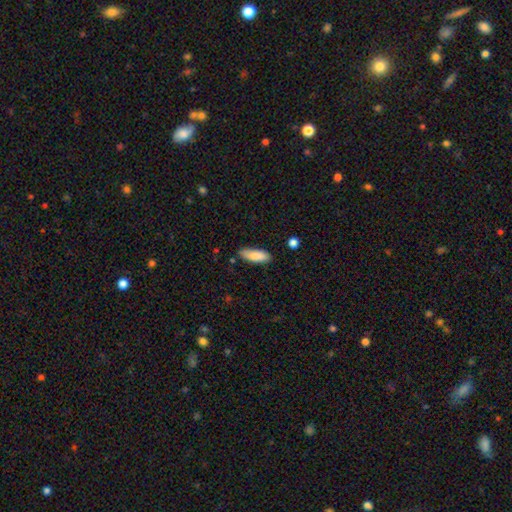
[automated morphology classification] smooth_or_featured: smooth (p=0.86) [alt: featured or disk p=0.08]
how_rounded: in between (p=0.68) [alt: cigar-shaped p=0.30]
merging: none (p=0.80) [alt: minor disturbance p=0.15]